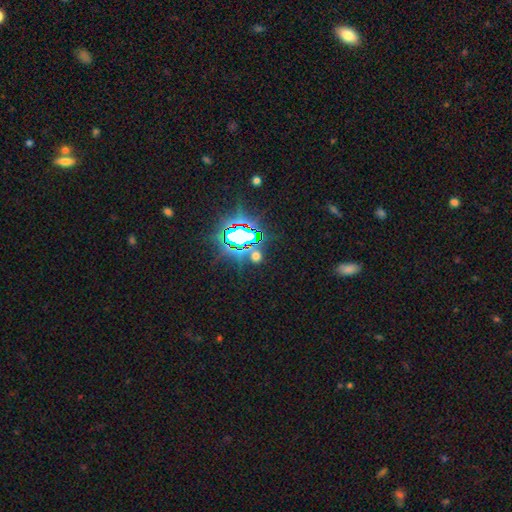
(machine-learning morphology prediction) The model was most divided on "smooth or featured": star or artifact: 64%, smooth: 28%, featured or disk: 8%.